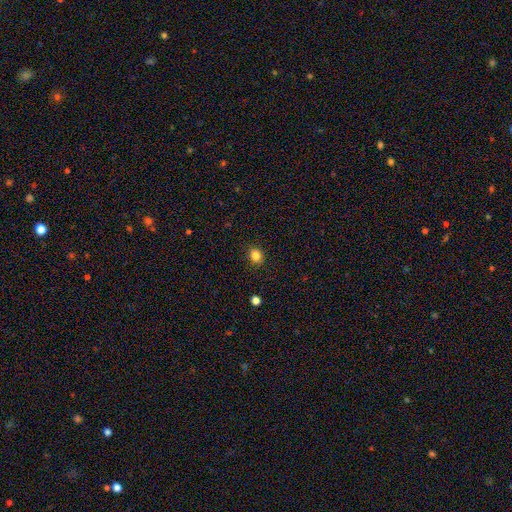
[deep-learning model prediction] Morphology: type=smooth (83%); roundness=round (58%); merging=none (88%).